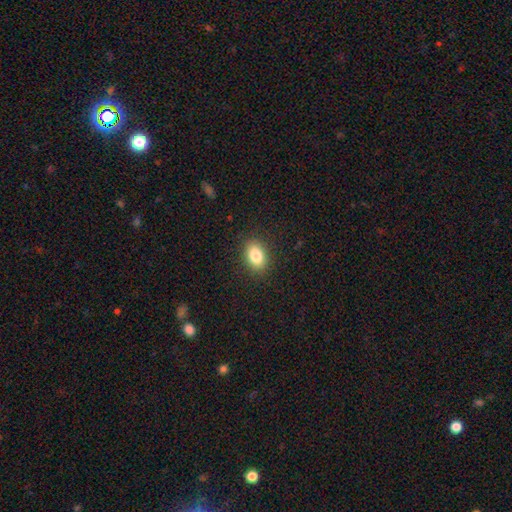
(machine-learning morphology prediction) Smooth or featured? Predicted: smooth (p=0.83). How rounded? Predicted: in between (p=0.80). Merging? Predicted: none (p=0.88).